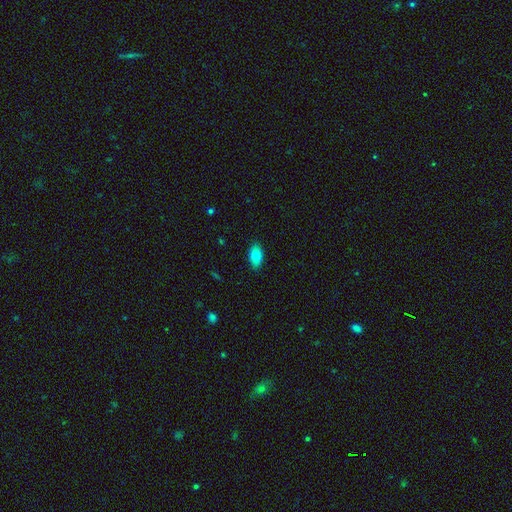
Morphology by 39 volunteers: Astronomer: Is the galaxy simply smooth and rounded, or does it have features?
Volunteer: smooth — 69%.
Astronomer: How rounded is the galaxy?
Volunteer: in between — 74%.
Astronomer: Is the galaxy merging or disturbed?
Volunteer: none — 97%.